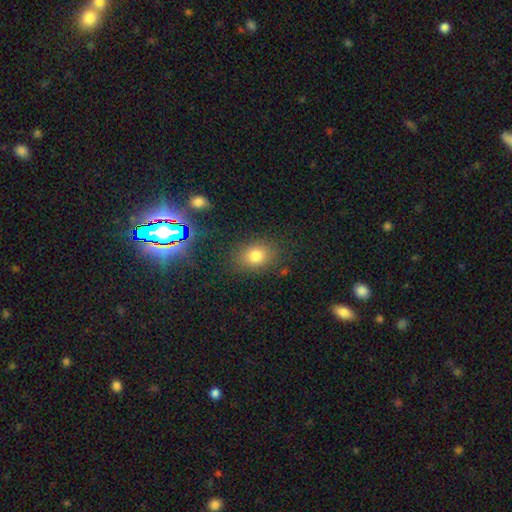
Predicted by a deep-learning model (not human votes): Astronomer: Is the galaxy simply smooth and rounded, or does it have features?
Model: smooth — 77%.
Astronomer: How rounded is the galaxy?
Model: in between — 62%.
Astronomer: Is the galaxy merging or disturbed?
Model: none — 81%.